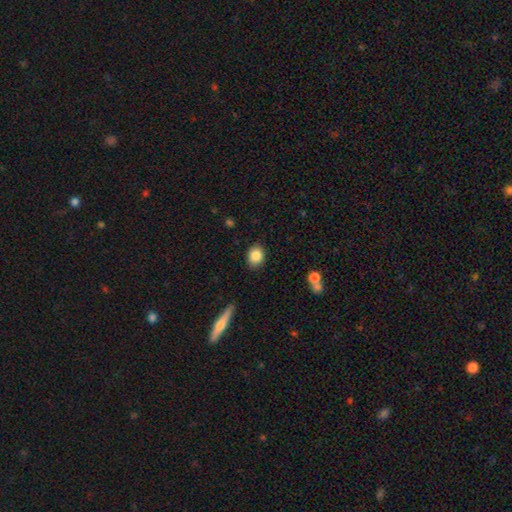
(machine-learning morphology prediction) Smooth or featured? smooth (85%)
How rounded? round (51%)
Merging? none (87%)